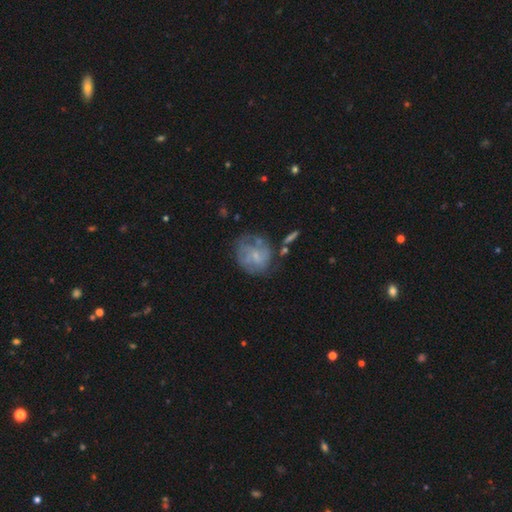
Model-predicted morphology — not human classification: This is possibly a featured or disk galaxy (58%). It is clearly not viewed edge-on (98%). Bar: possibly no (58%). Spiral arm pattern: likely yes (71%). Central bulge: likely small (61%). Merging: possibly none (54%).